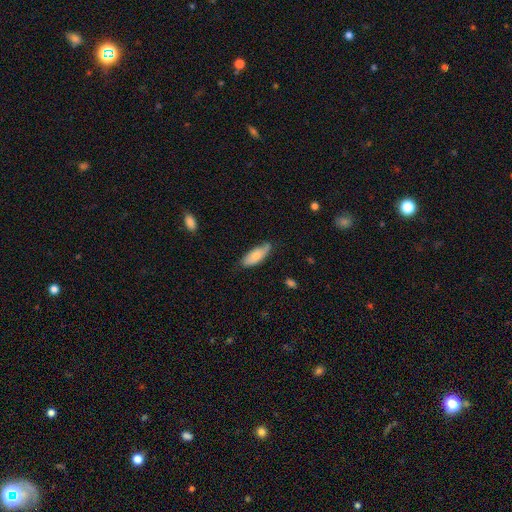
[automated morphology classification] This appears to be a smooth galaxy with no disk features (75%) that is in between round and cigar-shaped (76%). Merging: none (65%).